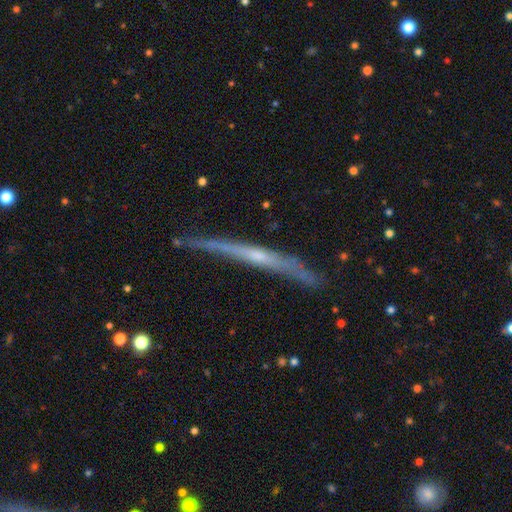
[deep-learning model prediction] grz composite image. It shows a featured or disk galaxy (72%) viewed edge-on (95%) with no central bulge (57%). Merging: none (75%).